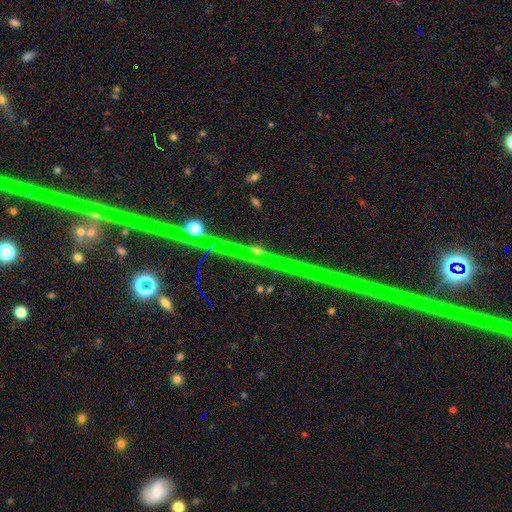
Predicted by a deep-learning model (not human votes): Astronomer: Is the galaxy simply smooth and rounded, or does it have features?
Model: featured or disk — 56% (runner-up: star or artifact, 35%).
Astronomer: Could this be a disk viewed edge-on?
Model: yes — 90%.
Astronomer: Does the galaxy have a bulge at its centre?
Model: rounded — 77%.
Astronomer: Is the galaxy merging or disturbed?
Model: none — 81%.